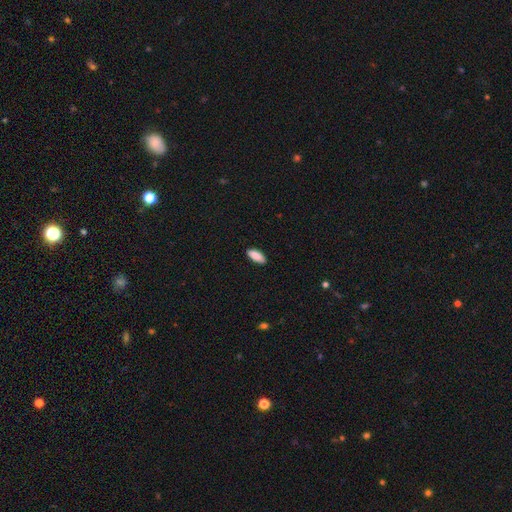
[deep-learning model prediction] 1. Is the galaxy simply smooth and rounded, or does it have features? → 89% smooth, 6% star or artifact, 5% featured or disk.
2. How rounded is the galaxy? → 79% in between, 20% cigar-shaped, 2% round.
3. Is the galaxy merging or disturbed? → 89% none, 9% minor disturbance, 2% major disturbance, 1% merger.